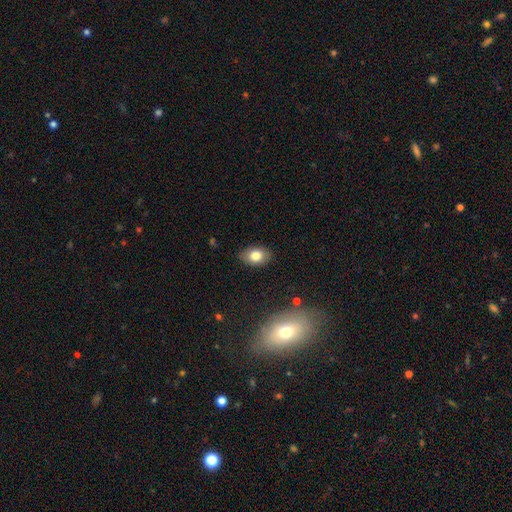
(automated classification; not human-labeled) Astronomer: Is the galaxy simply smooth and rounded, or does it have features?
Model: smooth — 80%.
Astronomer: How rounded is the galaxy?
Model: in between — 81%.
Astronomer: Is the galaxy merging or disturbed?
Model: none — 86%.